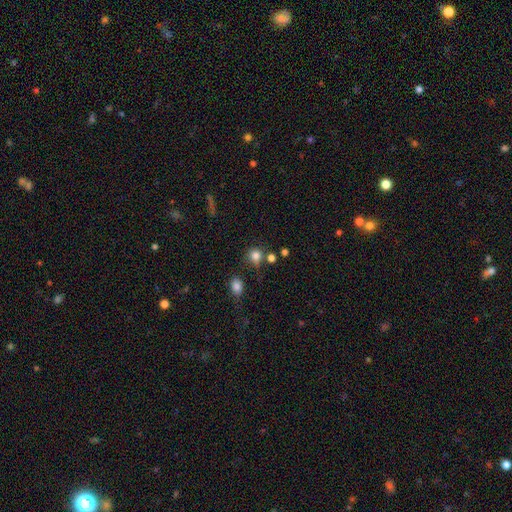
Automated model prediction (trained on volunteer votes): Smooth or featured?
  - smooth: 82% *
  - star or artifact: 12%
  - featured or disk: 6%
How rounded?
  - round: 82% *
  - in between: 16%
  - cigar-shaped: 1%
Merging?
  - none: 64% *
  - minor disturbance: 17%
  - merger: 12%
  - major disturbance: 7%